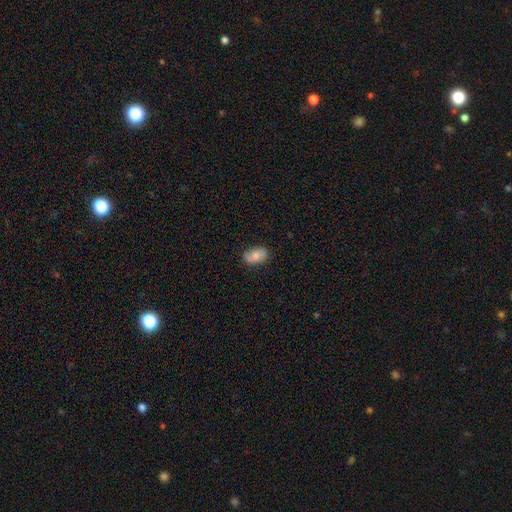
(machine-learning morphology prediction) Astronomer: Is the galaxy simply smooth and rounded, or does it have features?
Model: smooth — 74%.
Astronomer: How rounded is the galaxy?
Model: in between — 90%.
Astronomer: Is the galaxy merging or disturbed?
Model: none — 77%.